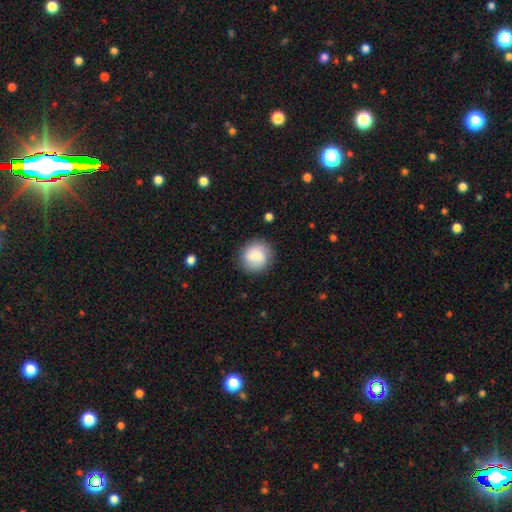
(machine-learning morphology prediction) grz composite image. It shows a smooth galaxy with no disk features (74%) that is round (88%). Merging: none (84%).